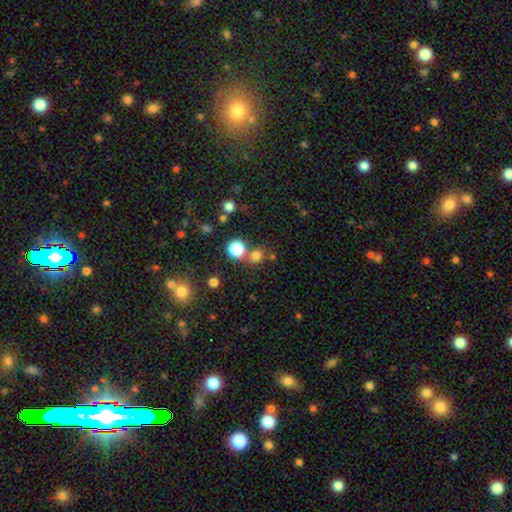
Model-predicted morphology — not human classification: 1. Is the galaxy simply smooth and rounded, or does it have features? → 72% smooth, 22% star or artifact, 6% featured or disk.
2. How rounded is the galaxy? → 86% round, 13% in between, 1% cigar-shaped.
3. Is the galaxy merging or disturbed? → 69% none, 20% merger, 8% minor disturbance, 4% major disturbance.